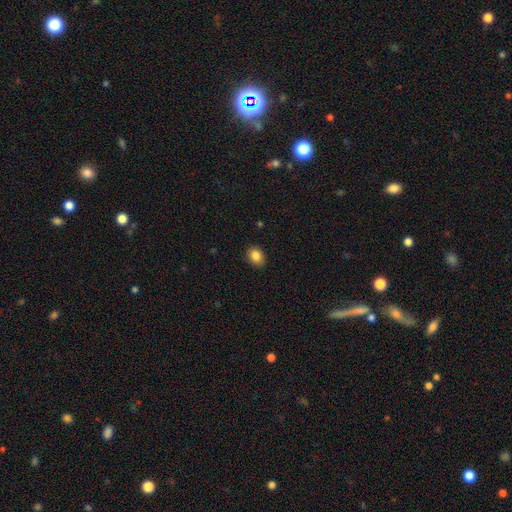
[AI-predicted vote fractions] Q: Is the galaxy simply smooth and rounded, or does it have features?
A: smooth — 85%.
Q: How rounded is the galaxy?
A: in between — 61%.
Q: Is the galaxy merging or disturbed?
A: none — 86%.